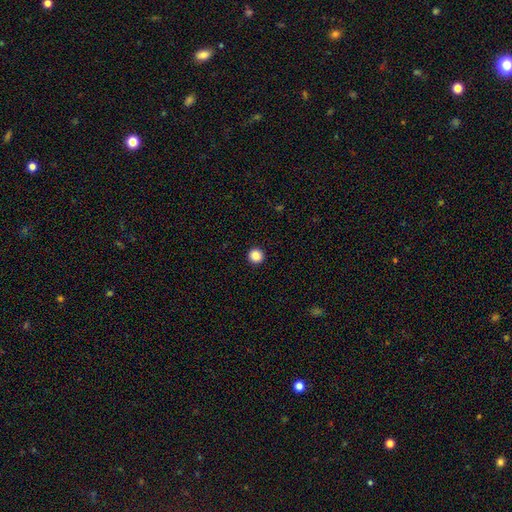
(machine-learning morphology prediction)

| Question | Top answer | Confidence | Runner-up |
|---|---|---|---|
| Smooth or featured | smooth | 87% | star or artifact (10%) |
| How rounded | round | 95% | in between (4%) |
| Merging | none | 94% | minor disturbance (4%) |